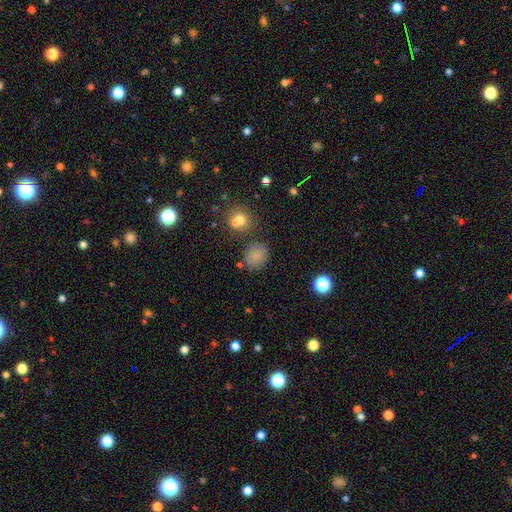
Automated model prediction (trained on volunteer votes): Smooth or featured: smooth — 80% (star or artifact — 14%)
How rounded: round — 68% (in between — 31%)
Merging: none — 76% (minor disturbance — 13%)